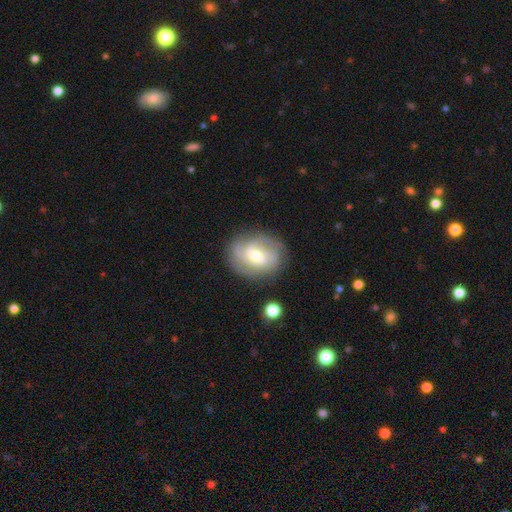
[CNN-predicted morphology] A featured or disk galaxy (72%) with a weak bar (51%), 2 (31%) tight (50%) spiral arms (90%) and a moderate central bulge (62%). Merging: none (79%).